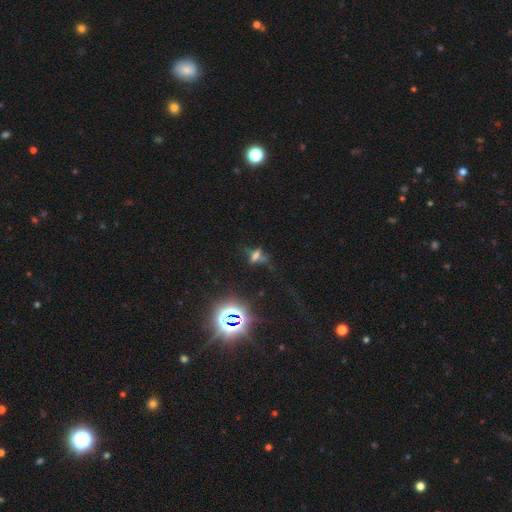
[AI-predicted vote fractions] This appears to be a star or artifact, not a galaxy (40%).